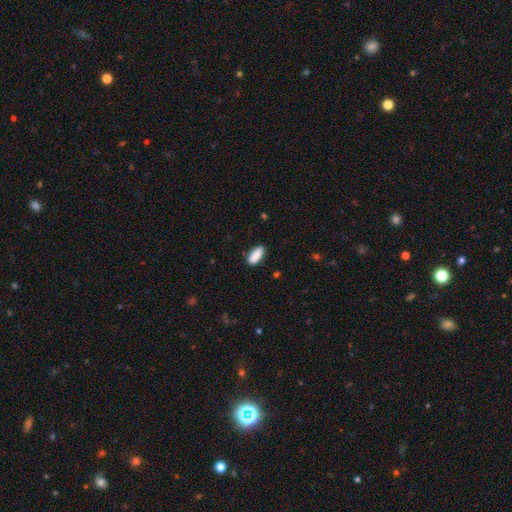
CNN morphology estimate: smooth 88%, star or artifact 6%, featured or disk 6%. Down the decision tree: how rounded — in between (77%); merging — none (87%).